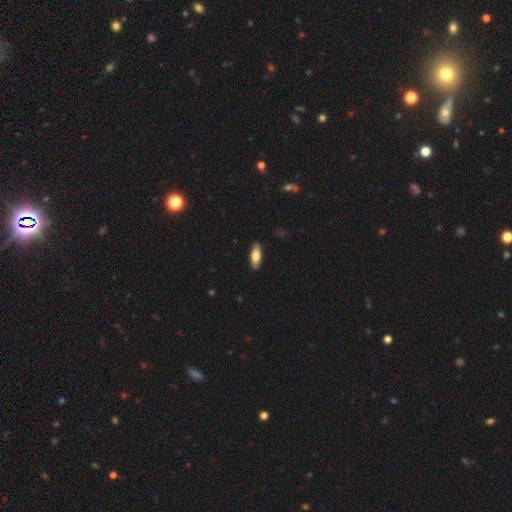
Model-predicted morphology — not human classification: Overall: smooth (80%). How rounded: in between (67%; cigar-shaped 31%). Merging: none (88%).